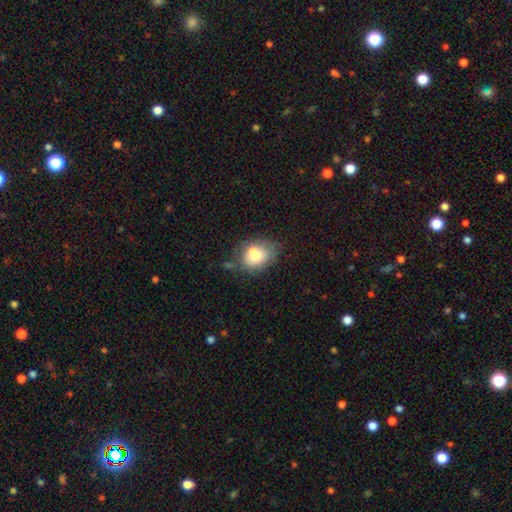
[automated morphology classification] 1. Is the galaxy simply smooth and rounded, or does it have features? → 70% smooth, 21% featured or disk, 9% star or artifact.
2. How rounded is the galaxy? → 58% in between, 41% round, 1% cigar-shaped.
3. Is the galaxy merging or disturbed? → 44% none, 25% merger, 22% minor disturbance, 9% major disturbance.